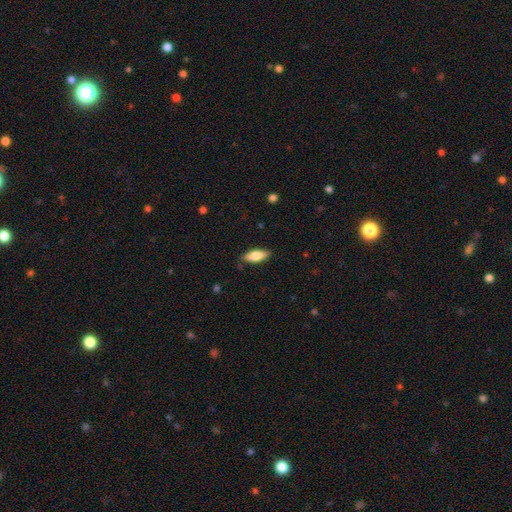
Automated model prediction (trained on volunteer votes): A smooth galaxy with no disk features (75%) that is in between round and cigar-shaped (76%). Merging: none (85%).